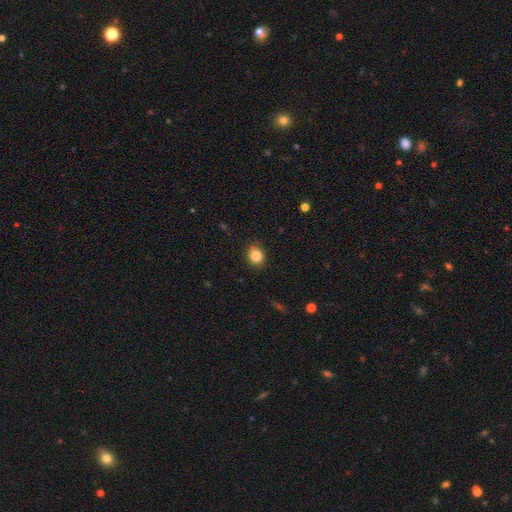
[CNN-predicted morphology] Smooth or featured: smooth — 86% (star or artifact — 10%)
How rounded: round — 73% (in between — 26%)
Merging: none — 81% (minor disturbance — 15%)